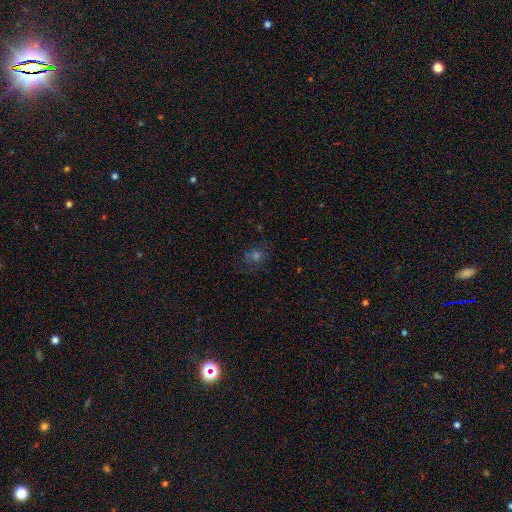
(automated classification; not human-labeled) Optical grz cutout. It shows a smooth galaxy with no disk features (45%). Merging: none (69%).